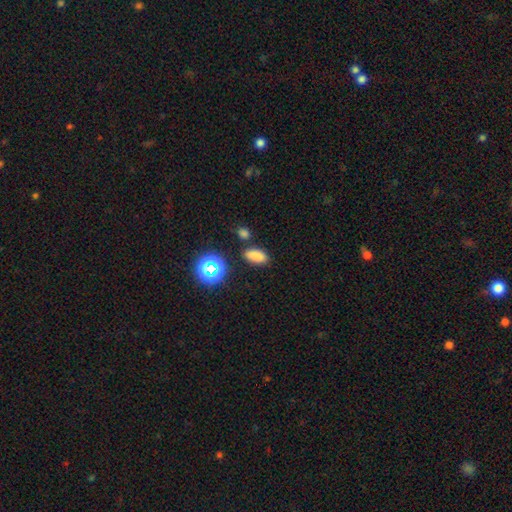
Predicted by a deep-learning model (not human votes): smooth-or-featured: smooth: 79% | star or artifact: 16% | featured or disk: 5%
  how-rounded: in between: 83% | cigar-shaped: 9% | round: 8%
  merging: none: 81% | minor disturbance: 10% | merger: 5% | major disturbance: 3%